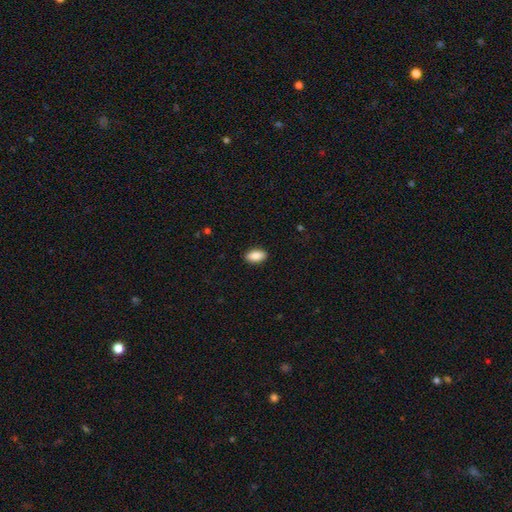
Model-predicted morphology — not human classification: Smooth or featured? Predicted: smooth (p=0.89). How rounded? Predicted: in between (p=0.93). Merging? Predicted: none (p=0.90).